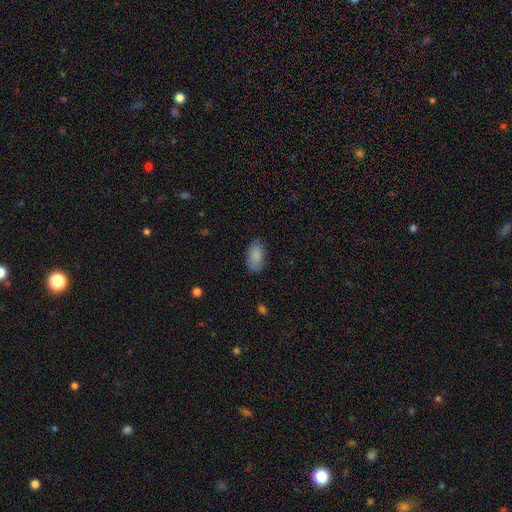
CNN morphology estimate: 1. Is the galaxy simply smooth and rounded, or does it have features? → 88% smooth, 7% star or artifact, 6% featured or disk.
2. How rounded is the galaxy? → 94% in between, 3% cigar-shaped, 3% round.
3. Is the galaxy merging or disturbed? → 83% none, 13% minor disturbance, 3% major disturbance, 1% merger.